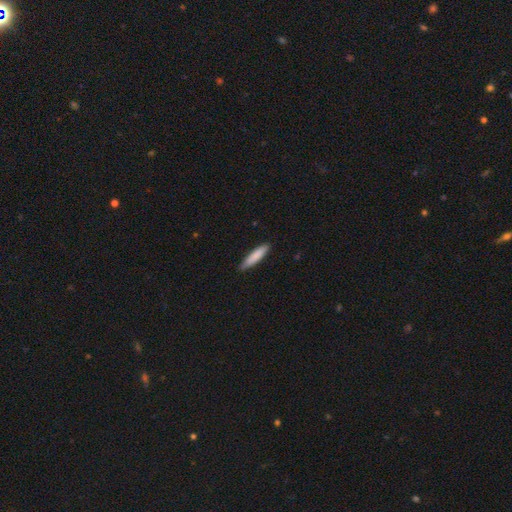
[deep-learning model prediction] Smooth or featured? smooth (83%)
How rounded? cigar-shaped (84%)
Merging? none (86%)